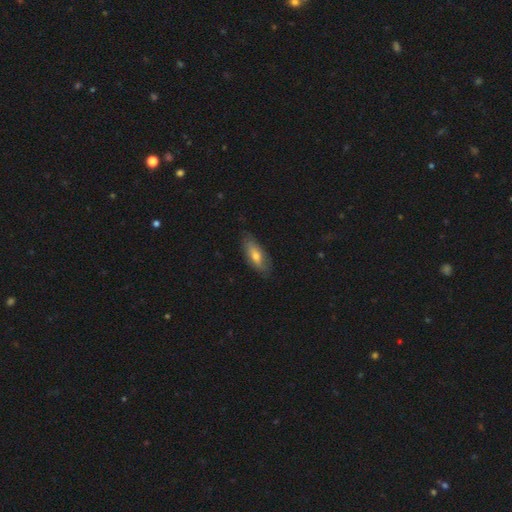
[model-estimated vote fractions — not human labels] Smooth or featured? Predicted: smooth (p=0.61). How rounded? Predicted: in between (p=0.73). Merging? Predicted: none (p=0.77).